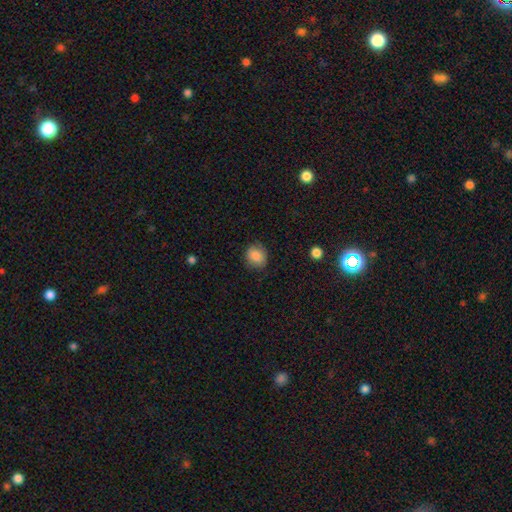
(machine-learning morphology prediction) smooth-or-featured: smooth: 86% | star or artifact: 8% | featured or disk: 6%
  how-rounded: round: 70% | in between: 29% | cigar-shaped: 1%
  merging: none: 82% | minor disturbance: 13% | major disturbance: 3% | merger: 1%